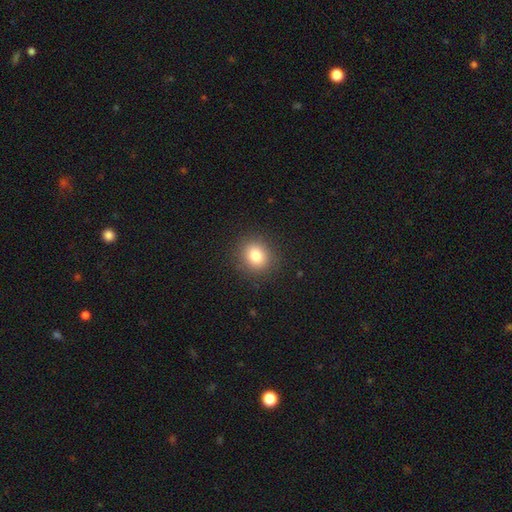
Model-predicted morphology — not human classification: This appears to be a smooth galaxy with no disk features (81%) that is round (76%). Merging: none (89%).